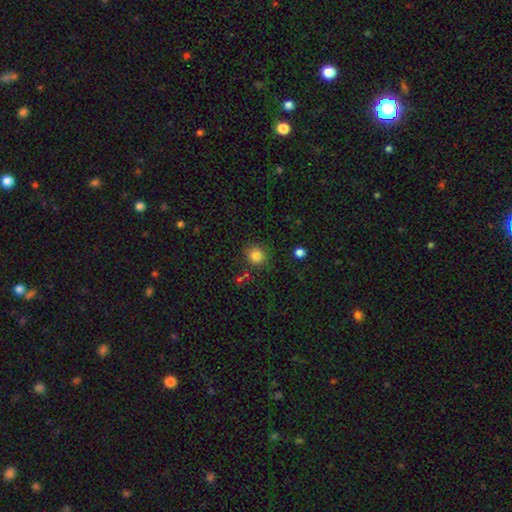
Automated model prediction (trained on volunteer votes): Morphology: type=smooth (84%); roundness=round (84%); merging=none (82%).